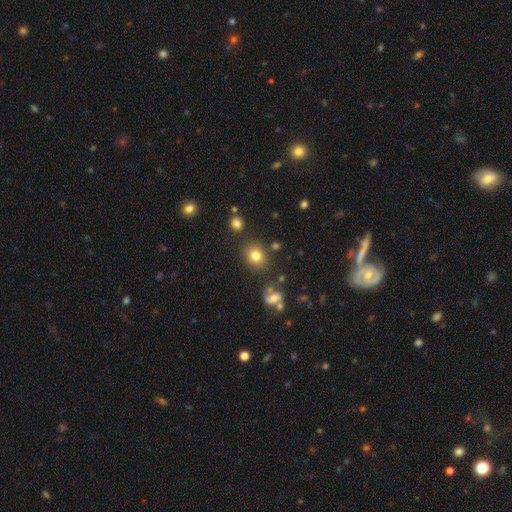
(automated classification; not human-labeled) Smooth or featured: smooth — 78% (star or artifact — 13%)
How rounded: round — 65% (in between — 34%)
Merging: none — 81% (minor disturbance — 10%)